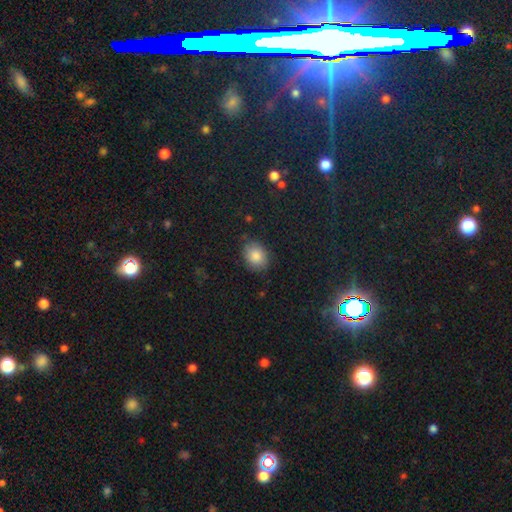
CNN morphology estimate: This appears to be a smooth galaxy with no disk features (84%) that is in between round and cigar-shaped (55%). Merging: none (81%).